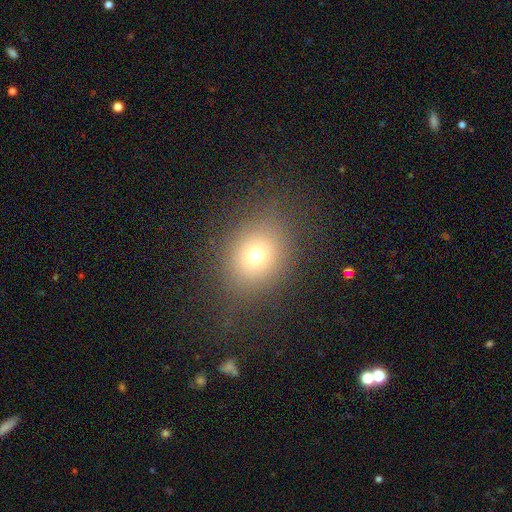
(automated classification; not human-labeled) Smooth or featured? Predicted: smooth (p=0.69). How rounded? Predicted: round (p=0.60). Merging? Predicted: none (p=0.78).